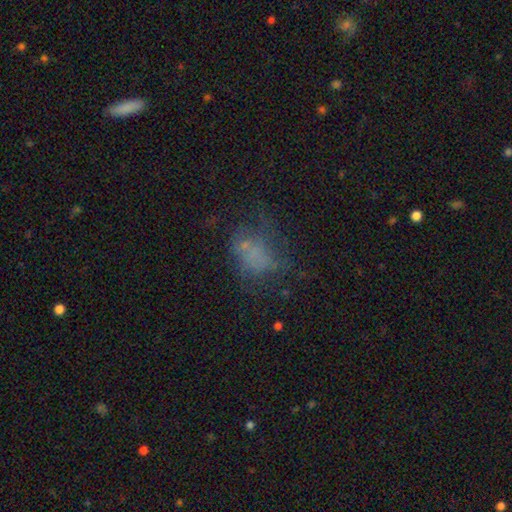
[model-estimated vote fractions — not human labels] smooth_or_featured: smooth (p=0.48) [alt: featured or disk p=0.30]
merging: none (p=0.42) [alt: major disturbance p=0.31]